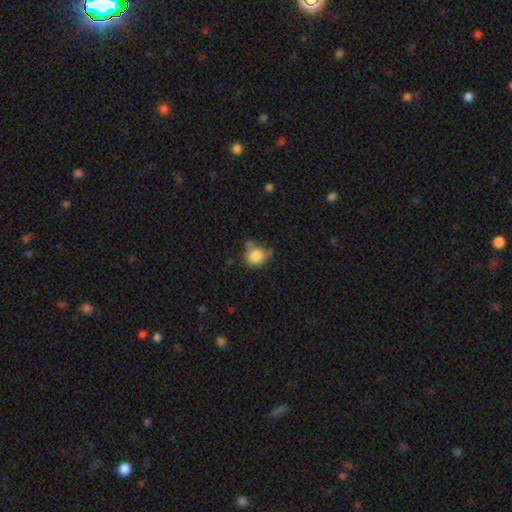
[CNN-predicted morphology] The model was most divided on "merging": none: 52%, minor disturbance: 28%, merger: 12%, major disturbance: 8%. More confident: smooth or featured — smooth (84%); how rounded — round (81%).